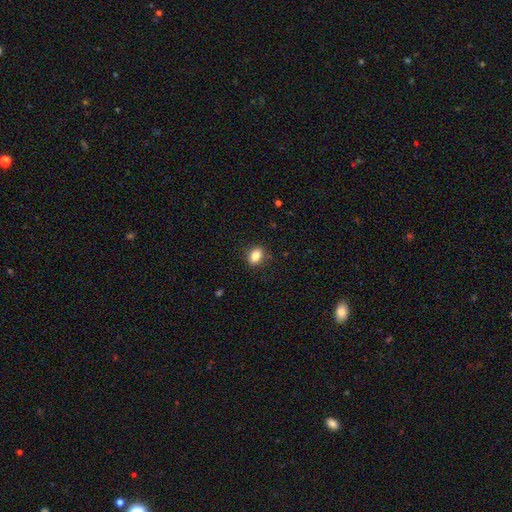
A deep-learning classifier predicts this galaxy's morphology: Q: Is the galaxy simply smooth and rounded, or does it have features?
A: smooth — 85%.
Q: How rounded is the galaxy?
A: in between — 75%.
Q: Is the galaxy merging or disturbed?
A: none — 86%.